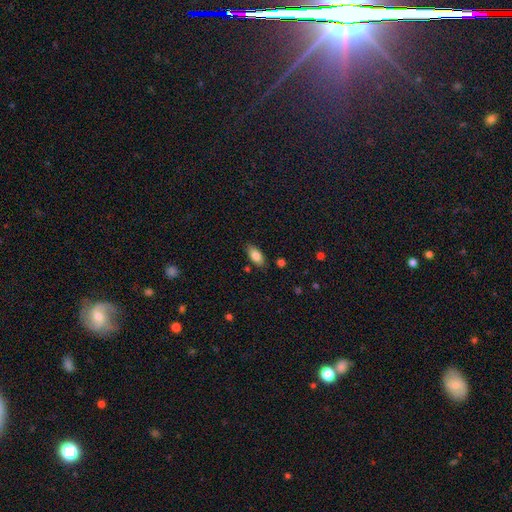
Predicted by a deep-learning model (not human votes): A smooth galaxy with no disk features (82%) that is in between round and cigar-shaped (87%).

Vote fractions:
- Smooth or featured? smooth: 82% / featured or disk: 10% / star or artifact: 7%
- How rounded? in between: 87% / cigar-shaped: 10% / round: 3%
- Merging? none: 83% / minor disturbance: 12% / major disturbance: 3% / merger: 2%